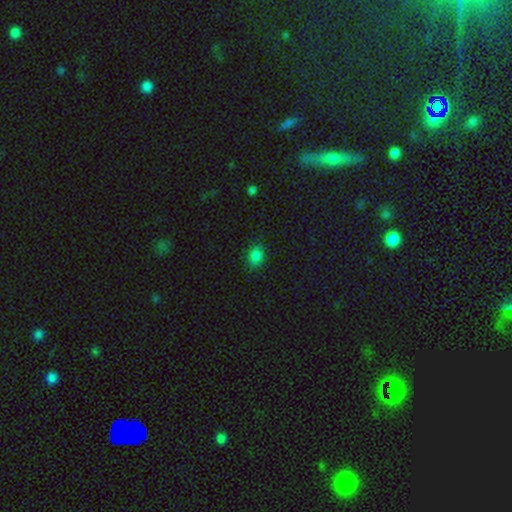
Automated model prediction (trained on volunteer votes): This is clearly a smooth galaxy (82%). How rounded: likely in between (64%). Merging: clearly none (84%).